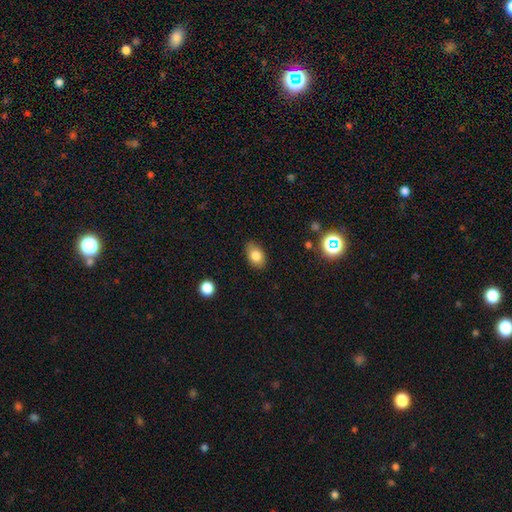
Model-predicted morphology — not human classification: Q: Smooth or featured?
A: smooth (80%); runner-up: featured or disk (10%)
Q: How rounded?
A: in between (82%); runner-up: round (17%)
Q: Merging?
A: none (82%); runner-up: minor disturbance (14%)